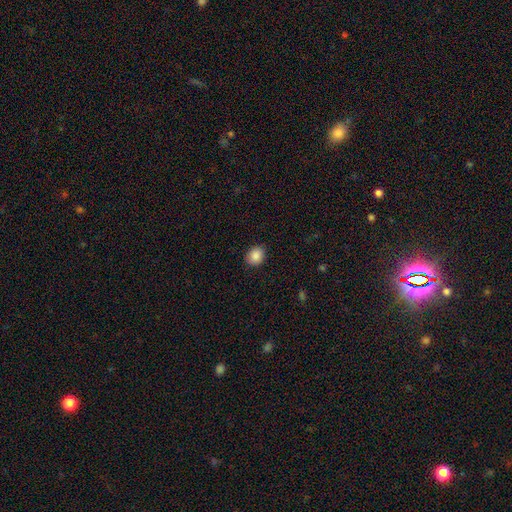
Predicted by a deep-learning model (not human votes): A smooth galaxy with no disk features (88%) that is round (57%).

Vote fractions:
- Smooth or featured? smooth: 88% / star or artifact: 8% / featured or disk: 4%
- How rounded? round: 57% / in between: 42% / cigar-shaped: 1%
- Merging? none: 88% / minor disturbance: 9% / major disturbance: 2% / merger: 1%